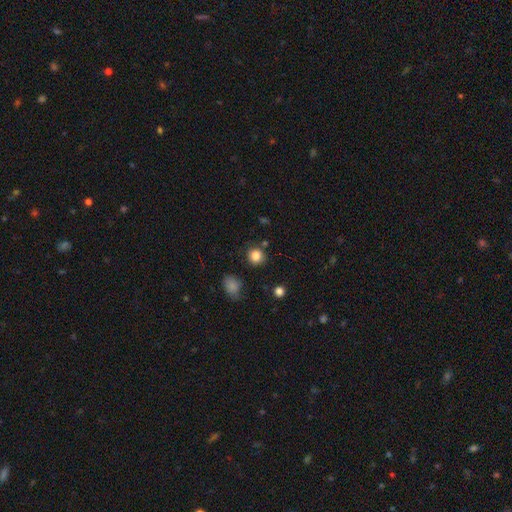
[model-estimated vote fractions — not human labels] Smooth or featured: smooth — 83% (star or artifact — 12%)
How rounded: round — 89% (in between — 11%)
Merging: none — 84% (minor disturbance — 9%)